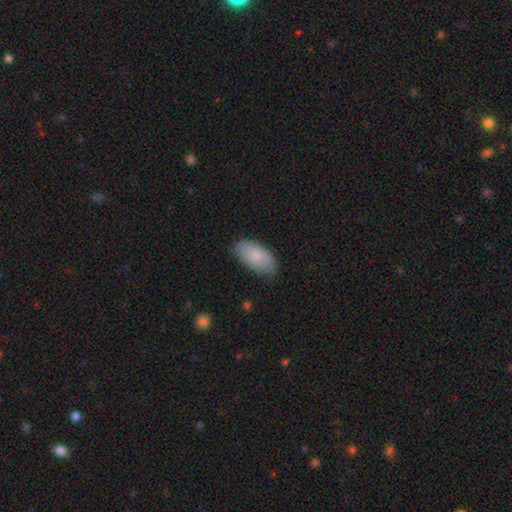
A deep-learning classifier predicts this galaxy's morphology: Smooth or featured?
  - smooth: 82% *
  - featured or disk: 12%
  - star or artifact: 6%
How rounded?
  - in between: 94% *
  - cigar-shaped: 4%
  - round: 2%
Merging?
  - none: 81% *
  - minor disturbance: 16%
  - major disturbance: 3%
  - merger: 1%